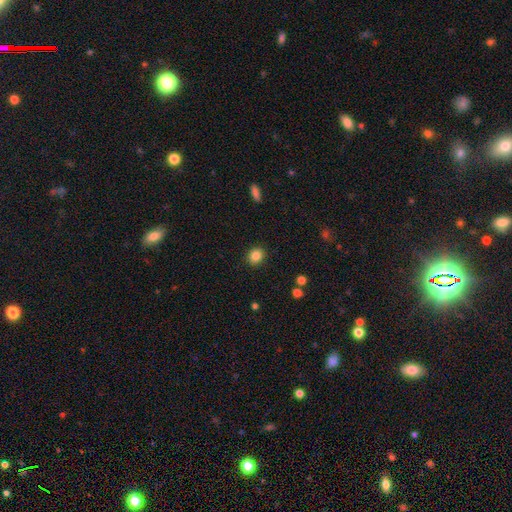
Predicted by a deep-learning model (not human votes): smooth 85%, star or artifact 10%, featured or disk 5%. Down the decision tree: how rounded — round (72%); merging — none (90%).